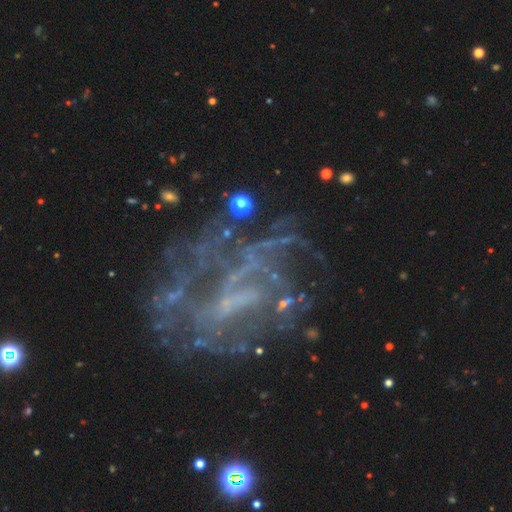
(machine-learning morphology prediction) Overall: featured or disk (74%). Edge-on disk: no (97%). Bar: no (50%; weak 34%). Spiral arms: yes (55%; no 45%). Bulge size: none (61%; small 25%). Merging: none (44%; major disturbance 34%).